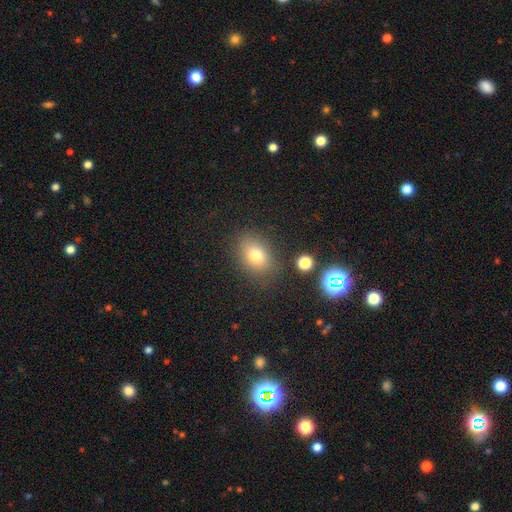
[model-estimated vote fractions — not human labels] smooth-or-featured: smooth: 76% | star or artifact: 13% | featured or disk: 11%
  how-rounded: in between: 71% | round: 28% | cigar-shaped: 1%
  merging: none: 79% | minor disturbance: 13% | major disturbance: 5% | merger: 3%